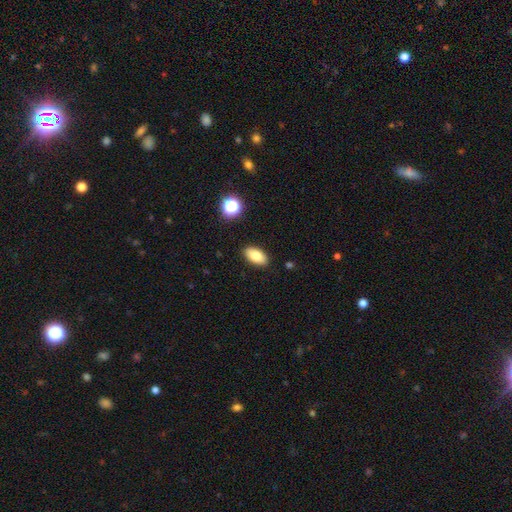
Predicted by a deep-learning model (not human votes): Overall: smooth (80%). How rounded: in between (92%). Merging: none (89%).